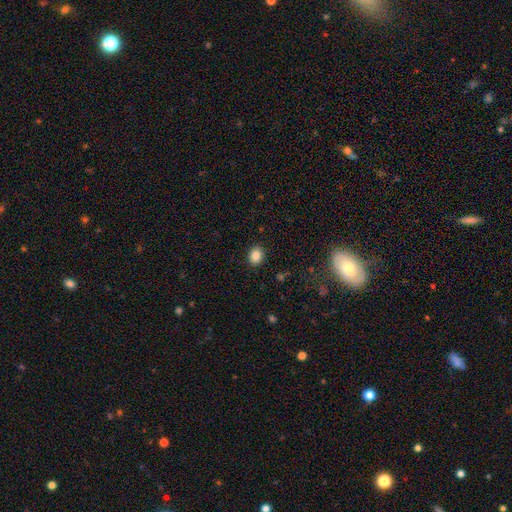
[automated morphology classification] Q: Smooth or featured?
A: smooth (86%); runner-up: star or artifact (10%)
Q: How rounded?
A: in between (53%); runner-up: round (47%)
Q: Merging?
A: none (89%); runner-up: minor disturbance (7%)